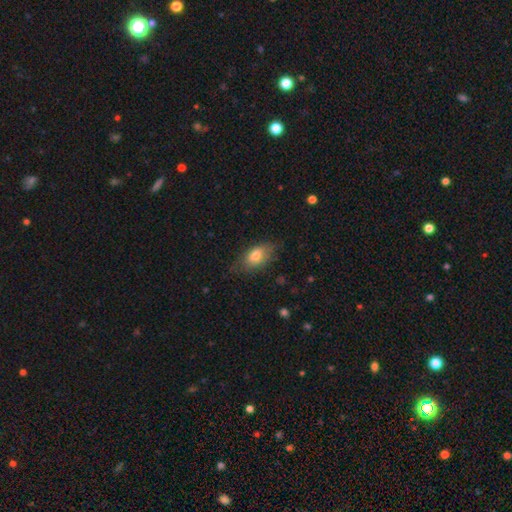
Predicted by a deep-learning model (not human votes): This appears to be a smooth galaxy with no disk features (76%) that is in between round and cigar-shaped (87%). Merging: none (71%).